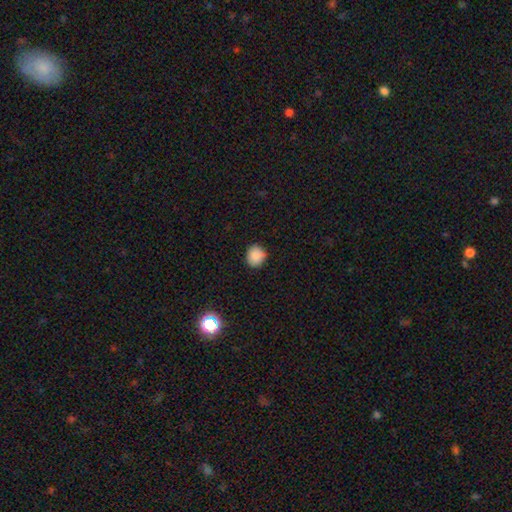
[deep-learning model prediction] Morphology: type=smooth (86%); roundness=round (80%); merging=none (87%).